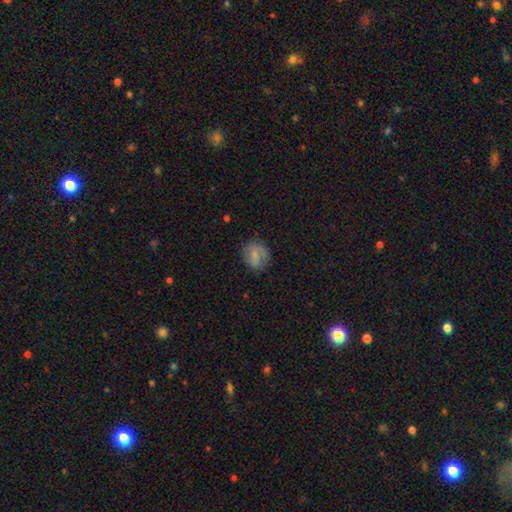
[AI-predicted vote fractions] A smooth galaxy with no disk features (55%) that is round (72%).

Vote fractions:
- Smooth or featured? smooth: 55% / featured or disk: 38% / star or artifact: 8%
- How rounded? round: 72% / in between: 27% / cigar-shaped: 1%
- Merging? none: 69% / minor disturbance: 21% / major disturbance: 8% / merger: 1%